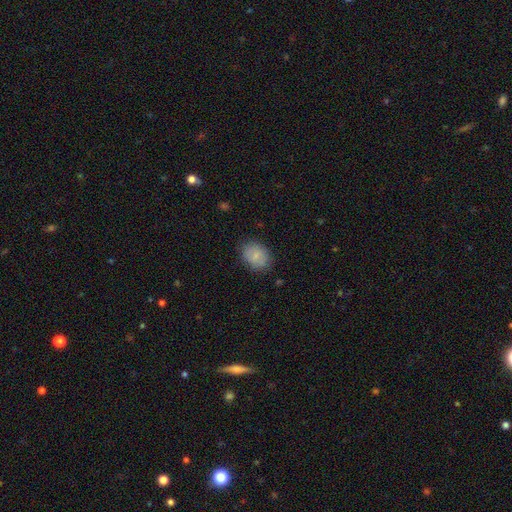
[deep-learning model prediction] A smooth galaxy with no disk features (81%) that is in between round and cigar-shaped (58%). Merging: none (83%).